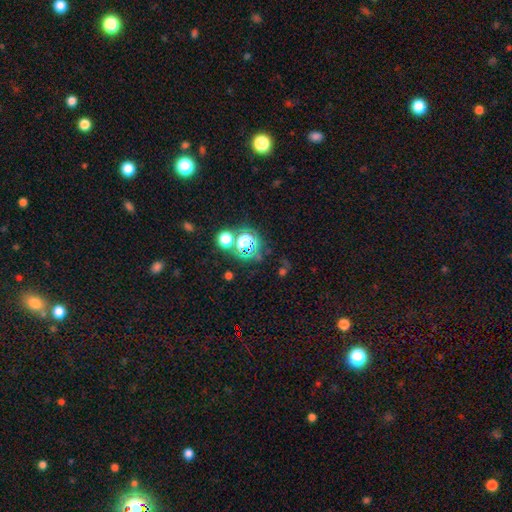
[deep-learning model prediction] star or artifact 64%, smooth 28%, featured or disk 9%.